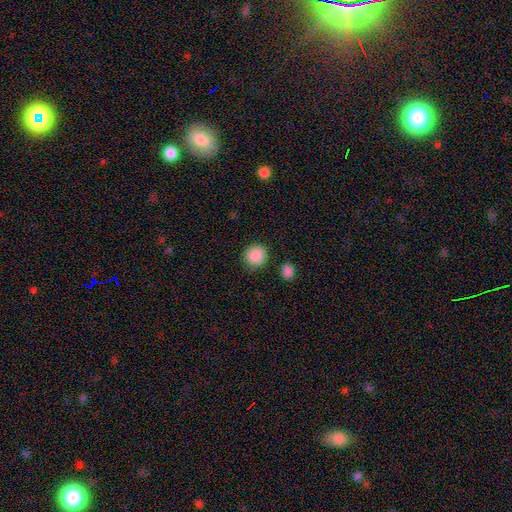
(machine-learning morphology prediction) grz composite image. It shows a smooth galaxy with no disk features (88%) that is round (89%). Merging: none (86%).